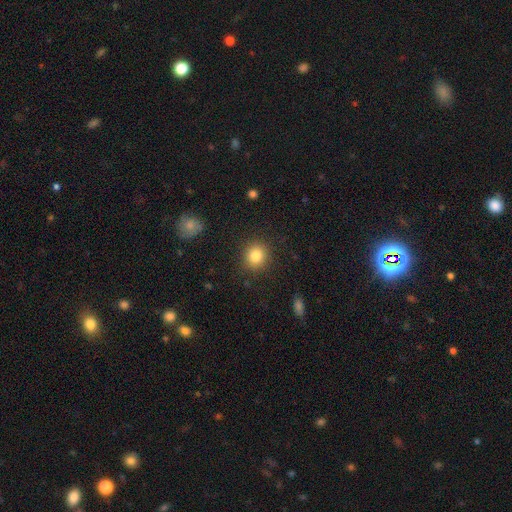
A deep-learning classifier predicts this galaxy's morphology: This appears to be a smooth galaxy with no disk features (83%) that is round (86%). Merging: none (89%).